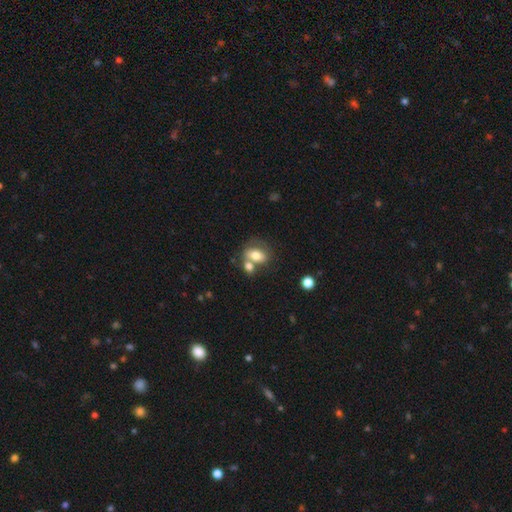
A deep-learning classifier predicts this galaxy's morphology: Smooth or featured? Predicted: smooth (p=0.69). How rounded? Predicted: in between (p=0.79). Merging? Predicted: merger (p=0.47).